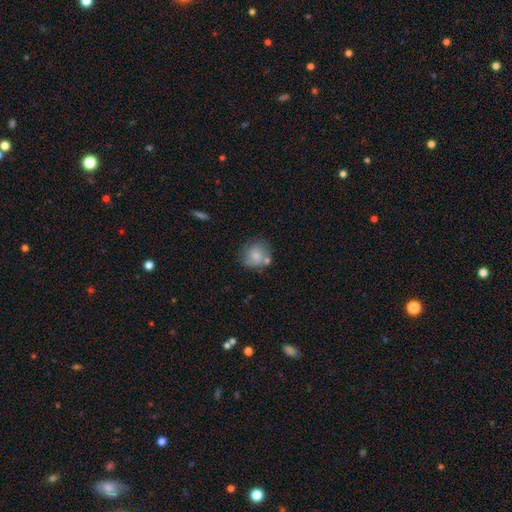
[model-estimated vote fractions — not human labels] The model was most divided on "merging": none: 56%, minor disturbance: 20%, merger: 16%, major disturbance: 8%. More confident: how rounded — round (81%); smooth or featured — smooth (74%).